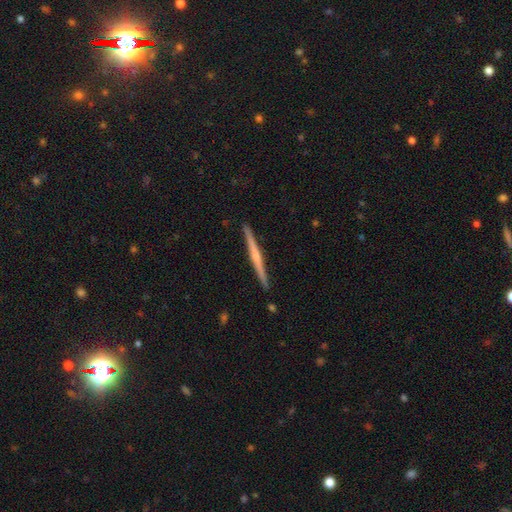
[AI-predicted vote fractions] Morphology: type=featured or disk (67%); edge-on=yes (98%); edge-on bulge=rounded (54%); merging=none (92%).